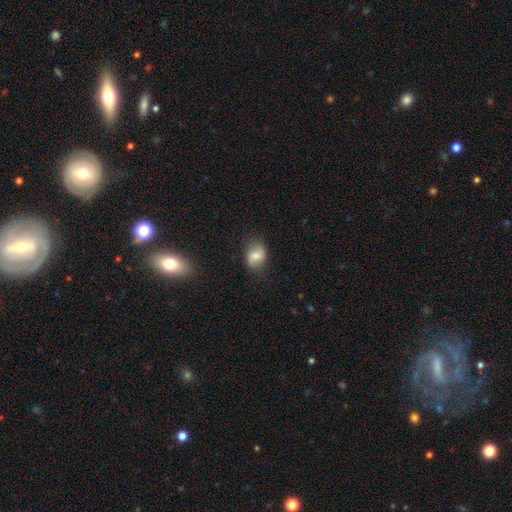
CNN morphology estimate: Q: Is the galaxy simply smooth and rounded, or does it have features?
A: smooth — 64%.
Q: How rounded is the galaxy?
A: in between — 63%.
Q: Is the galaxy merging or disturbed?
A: none — 76%.